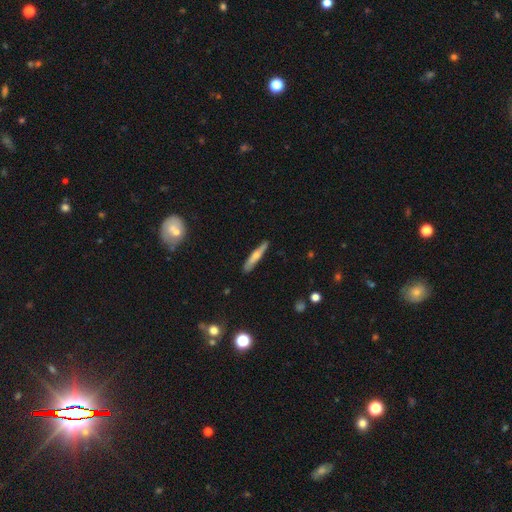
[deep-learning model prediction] A smooth galaxy with no disk features (60%) that is cigar-shaped (92%). Merging: none (85%).